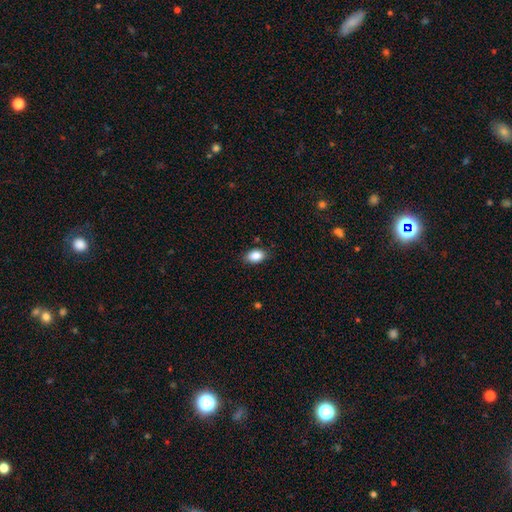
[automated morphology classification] smooth-or-featured: smooth: 87% | star or artifact: 8% | featured or disk: 5%
  how-rounded: in between: 88% | round: 10% | cigar-shaped: 2%
  merging: none: 85% | minor disturbance: 11% | major disturbance: 2% | merger: 1%